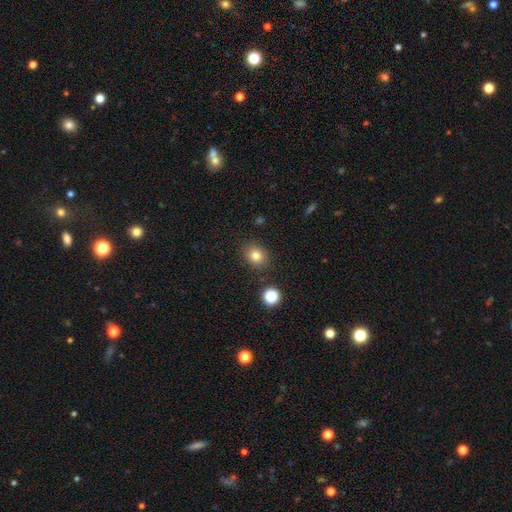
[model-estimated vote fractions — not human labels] smooth 80%, star or artifact 13%, featured or disk 7%. Down the decision tree: how rounded — round (65%); merging — none (86%).